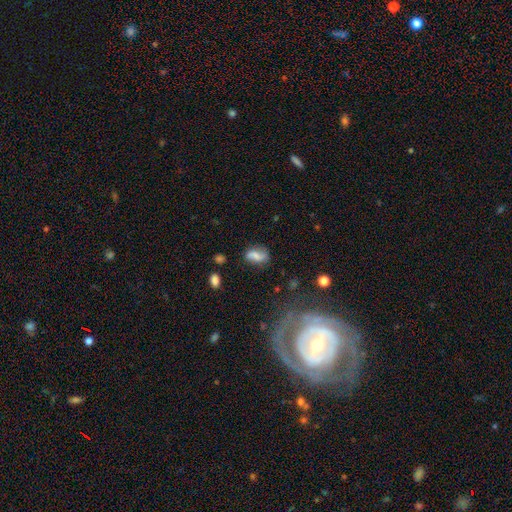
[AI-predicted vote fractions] The model was most divided on "smooth or featured": smooth: 47%, featured or disk: 43%, star or artifact: 10%. More confident: merging — none (64%).